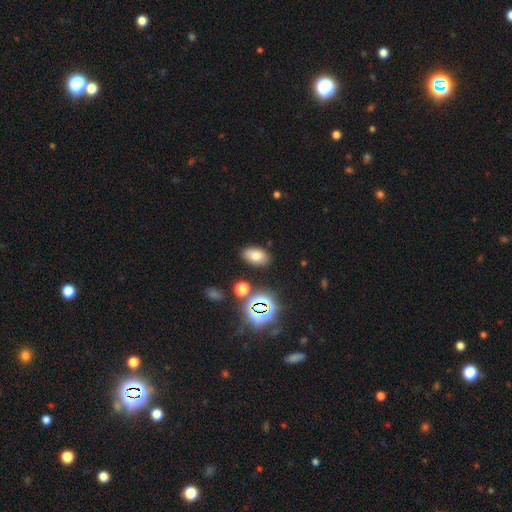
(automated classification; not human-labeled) This appears to be a smooth galaxy with no disk features (72%) that is in between round and cigar-shaped (90%). Merging: none (85%).